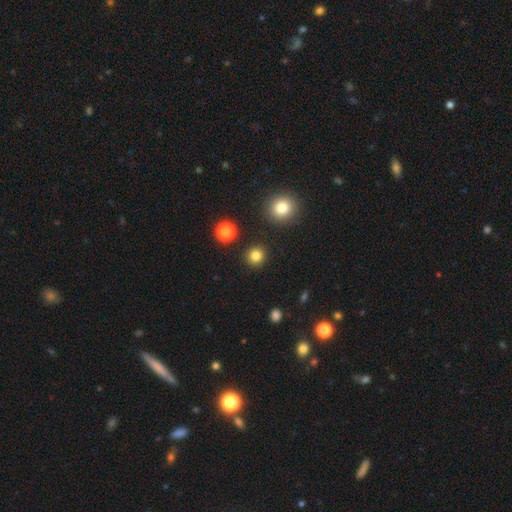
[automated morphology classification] Q: Smooth or featured?
A: smooth (83%); runner-up: star or artifact (13%)
Q: How rounded?
A: round (92%); runner-up: in between (7%)
Q: Merging?
A: none (91%); runner-up: minor disturbance (5%)